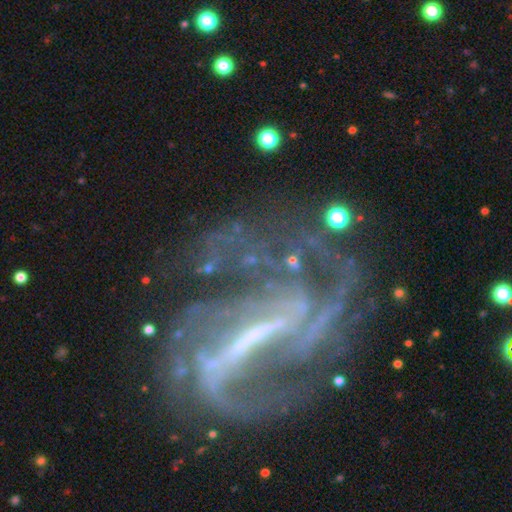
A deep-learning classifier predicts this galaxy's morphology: Q: Smooth or featured?
A: featured or disk (85%); runner-up: star or artifact (10%)
Q: Edge-on disk?
A: no (94%); runner-up: yes (6%)
Q: Bar?
A: strong (70%); runner-up: weak (20%)
Q: Spiral arms?
A: yes (88%); runner-up: no (12%)
Q: Spiral winding?
A: medium (41%); runner-up: loose (33%)
Q: Spiral arm count?
A: 2 (38%); runner-up: can't tell (24%)
Q: Bulge size?
A: small (47%); runner-up: none (32%)
Q: Merging?
A: none (49%); runner-up: major disturbance (28%)